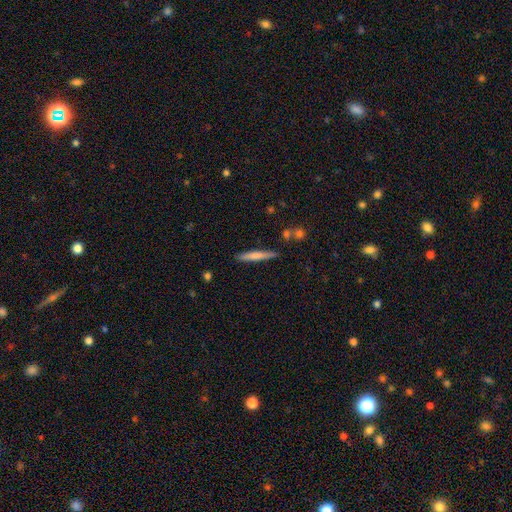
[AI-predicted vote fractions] Q: Smooth or featured?
A: smooth (67%); runner-up: featured or disk (27%)
Q: How rounded?
A: cigar-shaped (94%); runner-up: in between (4%)
Q: Merging?
A: none (87%); runner-up: minor disturbance (9%)